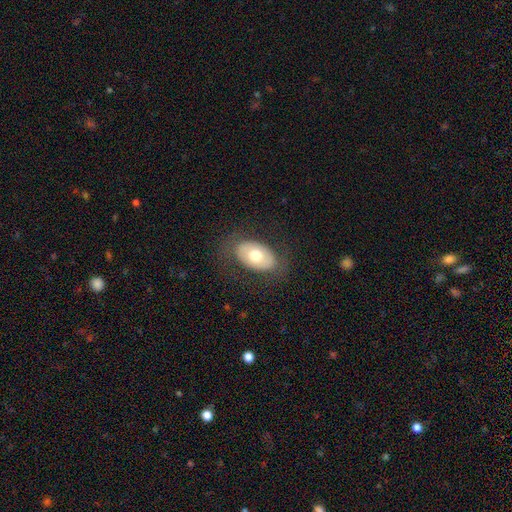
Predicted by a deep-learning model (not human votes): smooth 62%, featured or disk 32%, star or artifact 6%. Down the decision tree: how rounded — in between (89%); merging — none (79%).